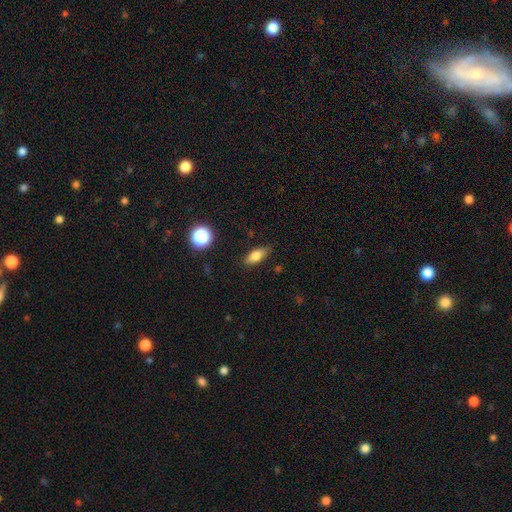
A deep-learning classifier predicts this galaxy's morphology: smooth_or_featured: smooth (p=0.78) [alt: featured or disk p=0.13]
how_rounded: in between (p=0.75) [alt: cigar-shaped p=0.19]
merging: none (p=0.83) [alt: minor disturbance p=0.12]